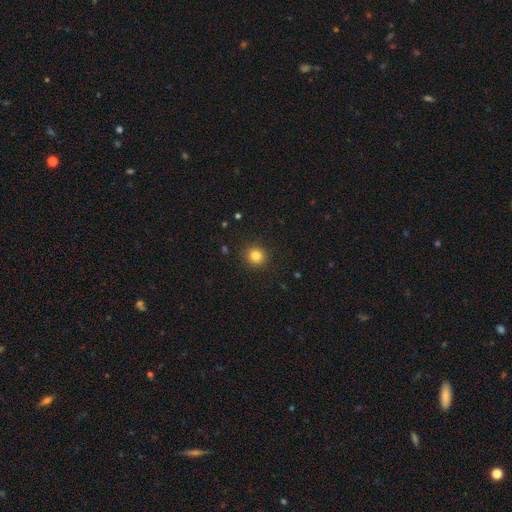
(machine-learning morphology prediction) A smooth galaxy with no disk features (82%) that is round (90%). Merging: none (91%).